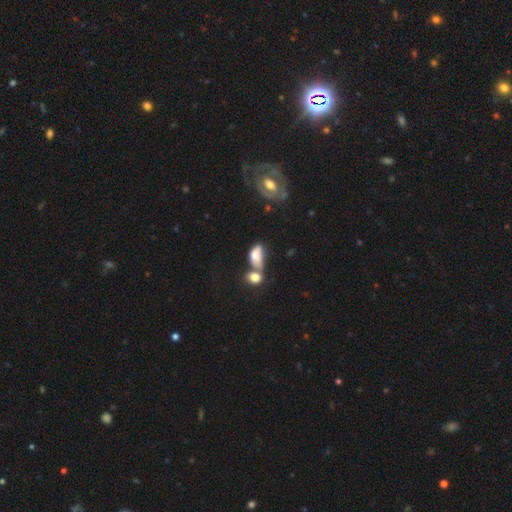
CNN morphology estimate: This is likely a smooth galaxy (66%). How rounded: clearly in between (86%). Merging: possibly merger (51%).